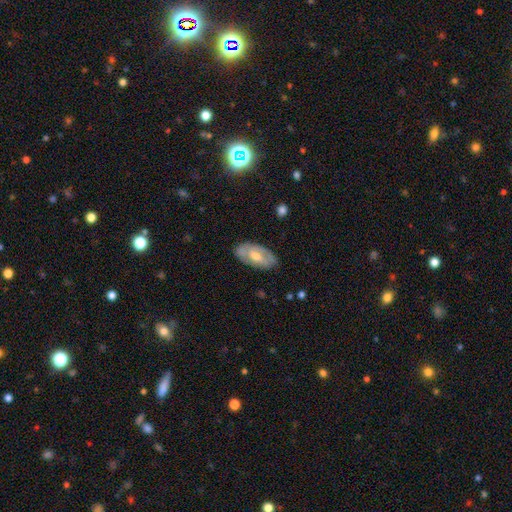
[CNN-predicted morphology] featured or disk 57%, smooth 36%, star or artifact 7%. Down the decision tree: edge-on disk — no (88%); bar — no (48%); spiral arms — no (52%); bulge size — moderate (65%); merging — none (80%).